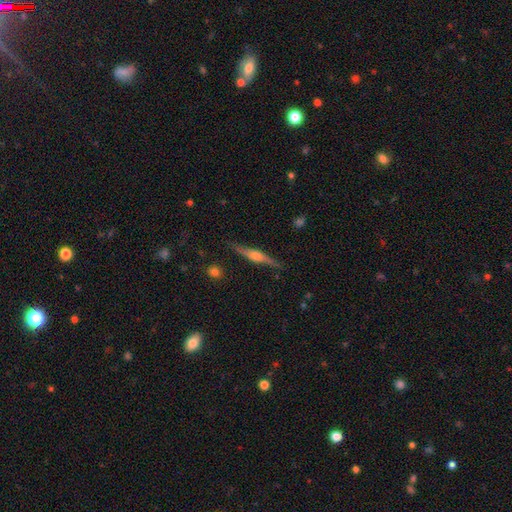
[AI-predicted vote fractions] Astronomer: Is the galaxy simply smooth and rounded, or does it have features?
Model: featured or disk — 71%.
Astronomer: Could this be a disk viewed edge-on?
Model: yes — 97%.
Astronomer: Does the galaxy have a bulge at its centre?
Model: rounded — 71%.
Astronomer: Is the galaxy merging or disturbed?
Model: none — 85%.